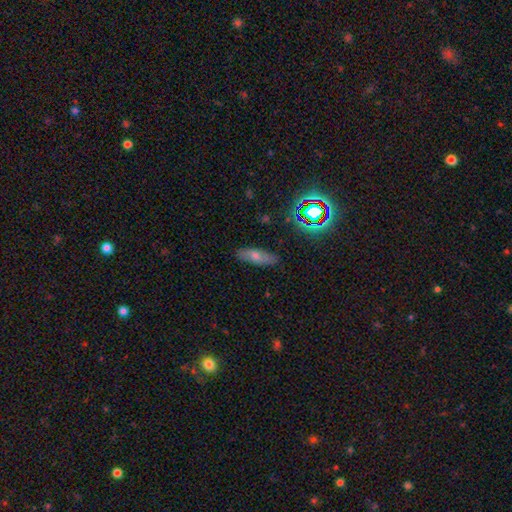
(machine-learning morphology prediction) A smooth galaxy with no disk features (54%) that is in between round and cigar-shaped (53%). Merging: none (84%).